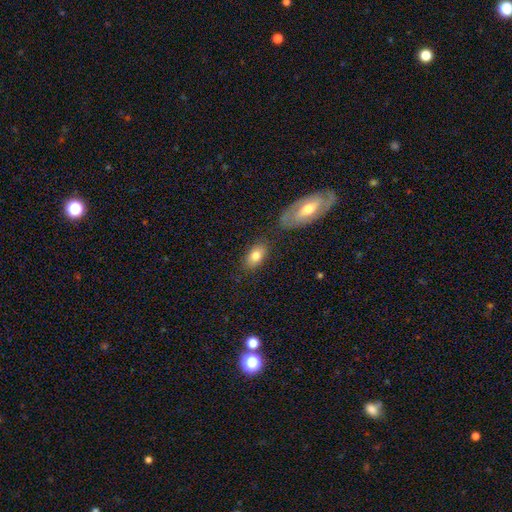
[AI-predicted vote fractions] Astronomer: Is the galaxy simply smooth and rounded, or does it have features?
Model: smooth — 79%.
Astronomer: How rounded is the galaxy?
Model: in between — 88%.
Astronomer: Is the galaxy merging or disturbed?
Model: none — 77%.